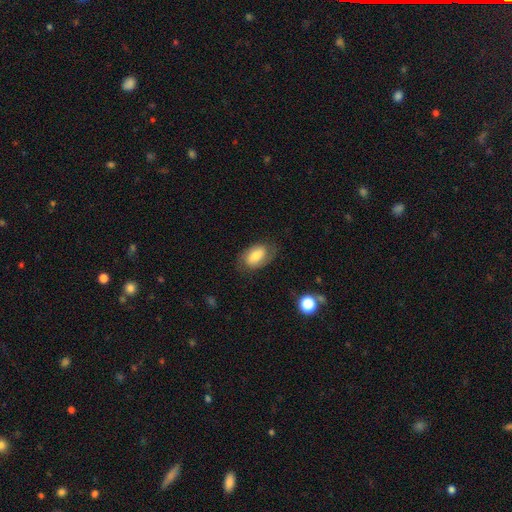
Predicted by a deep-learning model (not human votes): smooth_or_featured: smooth (p=0.62) [alt: featured or disk p=0.30]
how_rounded: in between (p=0.90) [alt: round p=0.09]
merging: none (p=0.73) [alt: minor disturbance p=0.18]